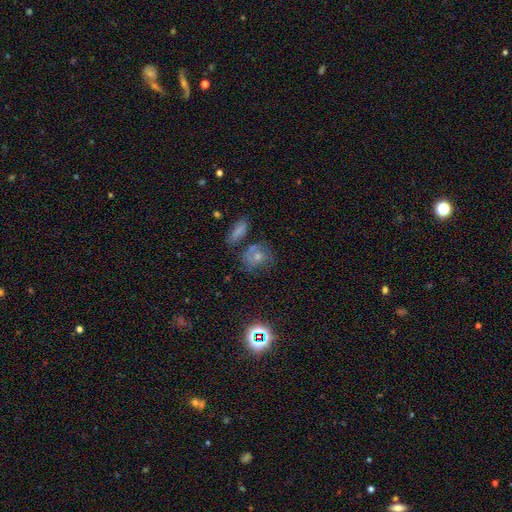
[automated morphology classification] A smooth galaxy with no disk features (54%) that is round (58%). Merging: none (49%).